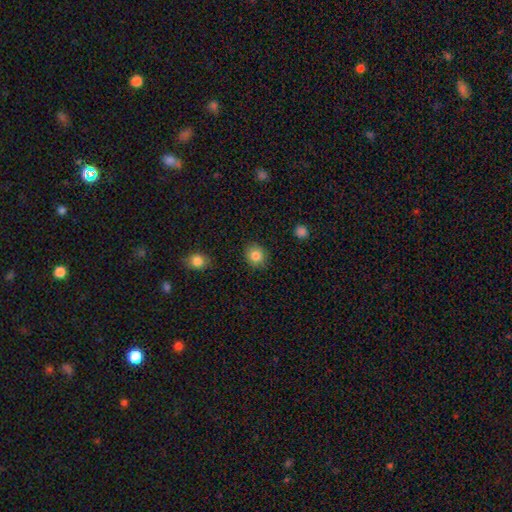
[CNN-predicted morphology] smooth-or-featured: smooth: 84% | star or artifact: 10% | featured or disk: 6%
  how-rounded: round: 80% | in between: 19% | cigar-shaped: 1%
  merging: none: 89% | minor disturbance: 8% | major disturbance: 2% | merger: 1%